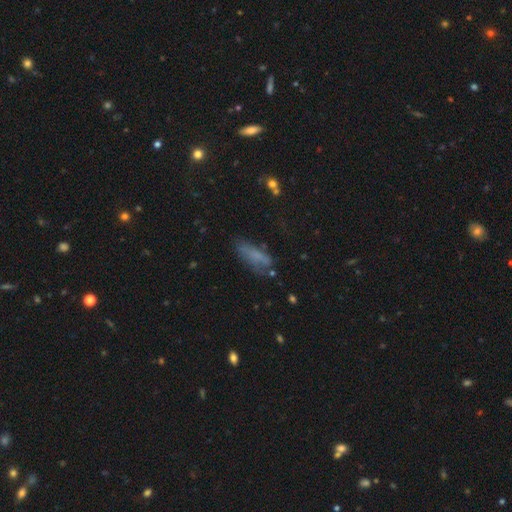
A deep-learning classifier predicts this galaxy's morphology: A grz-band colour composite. It shows a smooth galaxy with no disk features (62%) that is in between round and cigar-shaped (52%). Merging: none (51%).